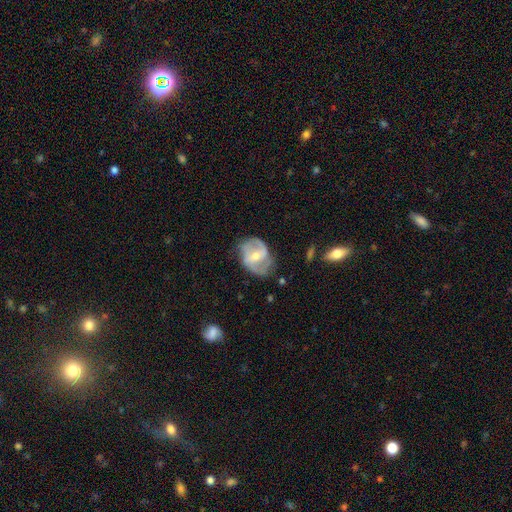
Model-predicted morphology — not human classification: This appears to be a featured or disk galaxy (78%) with a weak bar (48%), 2 (76%) medium (50%) spiral arms (88%) and a moderate central bulge (54%). Merging: none (63%).